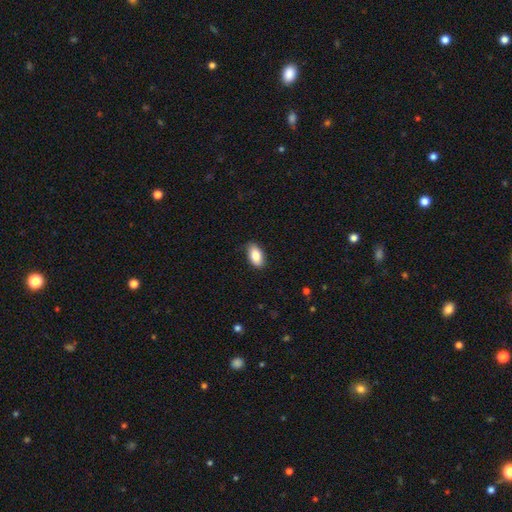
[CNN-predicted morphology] type=smooth (86%); roundness=in between (93%); merging=none (84%).